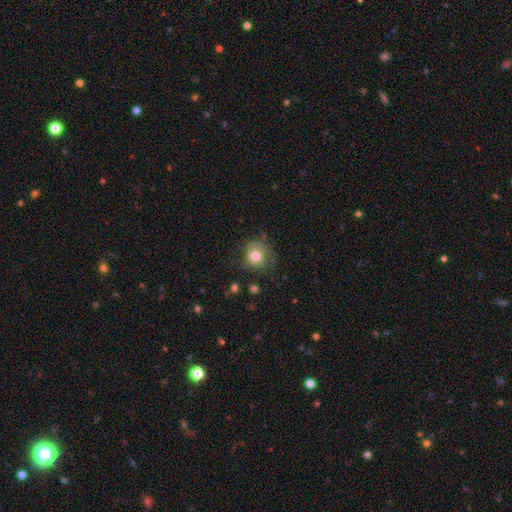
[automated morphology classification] smooth-or-featured: smooth: 75% | featured or disk: 15% | star or artifact: 10%
  how-rounded: round: 85% | in between: 14% | cigar-shaped: 1%
  merging: none: 63% | minor disturbance: 24% | major disturbance: 11% | merger: 2%